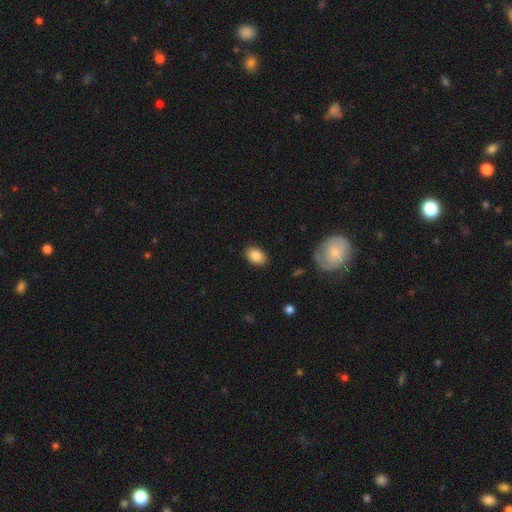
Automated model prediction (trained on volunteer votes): Q: Smooth or featured?
A: smooth (85%); runner-up: star or artifact (8%)
Q: How rounded?
A: in between (85%); runner-up: round (13%)
Q: Merging?
A: none (87%); runner-up: minor disturbance (9%)